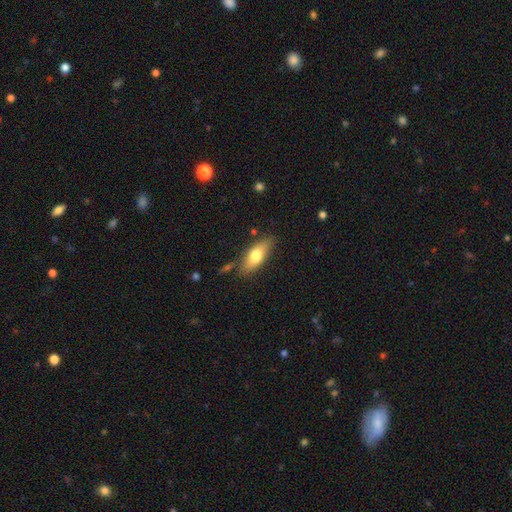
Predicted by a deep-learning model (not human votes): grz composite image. It shows a smooth galaxy with no disk features (71%) that is in between round and cigar-shaped (74%). Merging: none (77%).